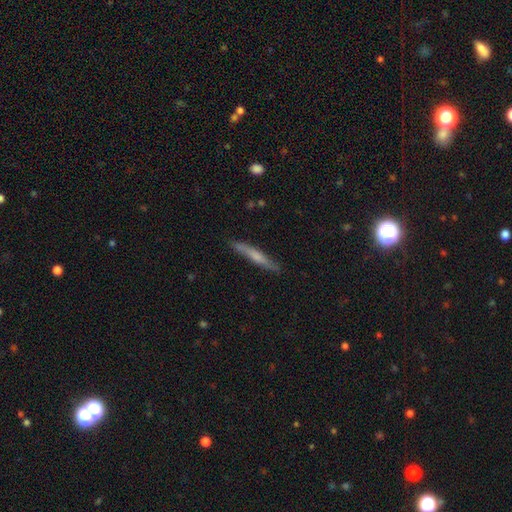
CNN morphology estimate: smooth_or_featured: smooth (p=0.52) [alt: featured or disk p=0.42]
how_rounded: cigar-shaped (p=0.94) [alt: in between p=0.04]
merging: none (p=0.87) [alt: minor disturbance p=0.10]